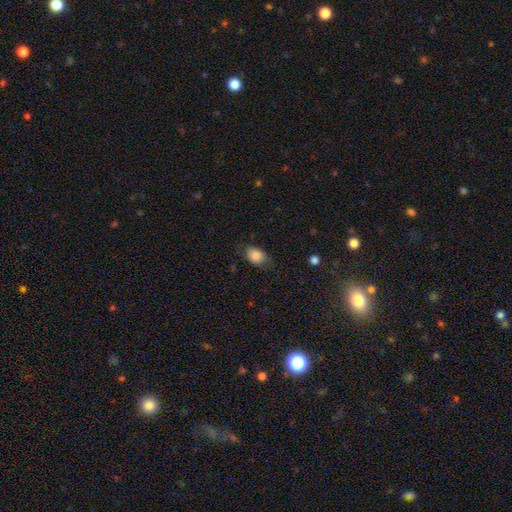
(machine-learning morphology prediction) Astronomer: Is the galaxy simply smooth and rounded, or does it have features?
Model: smooth — 85%.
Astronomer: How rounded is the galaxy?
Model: in between — 76%.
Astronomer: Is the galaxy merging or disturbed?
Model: none — 70%.